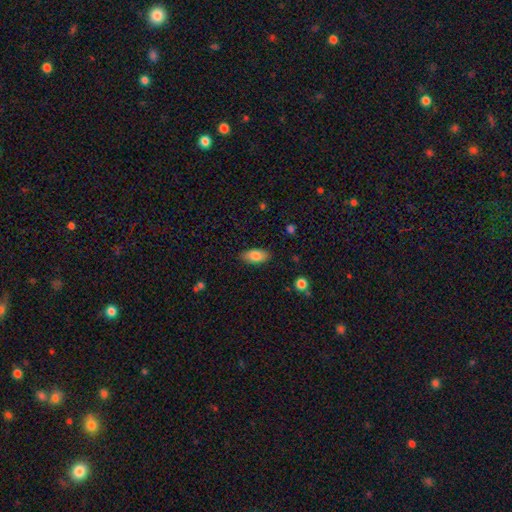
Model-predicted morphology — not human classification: This appears to be a smooth galaxy with no disk features (83%) that is in between round and cigar-shaped (90%). Merging: none (86%).